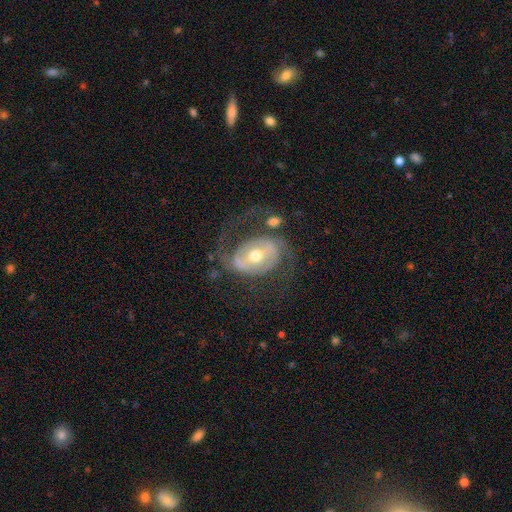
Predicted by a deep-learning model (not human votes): A featured or disk galaxy (81%) with a weak bar (36%), 2 (82%) medium (46%) spiral arms (82%) and a moderate central bulge (68%).

Vote fractions:
- Smooth or featured? featured or disk: 81% / smooth: 13% / star or artifact: 6%
- Edge-on disk? no: 96% / yes: 4%
- Bar? weak: 36% / strong: 33% / no: 32%
- Spiral arms? yes: 82% / no: 18%
- Spiral winding? medium: 46% / loose: 31% / tight: 23%
- Spiral arm count? 2: 82% / can't tell: 9% / 1: 5% / 3: 2% / 4: 1% / more than 4: 1%
- Bulge size? moderate: 68% / small: 25% / large: 5% / dominant: 1% / none: 1%
- Merging? none: 57% / major disturbance: 23% / minor disturbance: 16% / merger: 5%